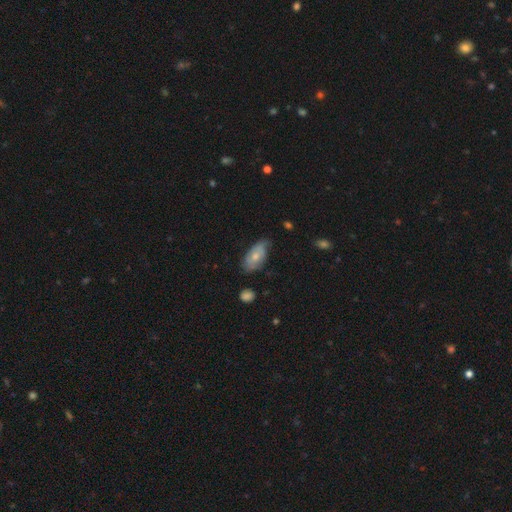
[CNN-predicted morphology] Q: Smooth or featured?
A: smooth (57%); runner-up: featured or disk (36%)
Q: How rounded?
A: in between (92%); runner-up: cigar-shaped (4%)
Q: Merging?
A: none (57%); runner-up: minor disturbance (34%)